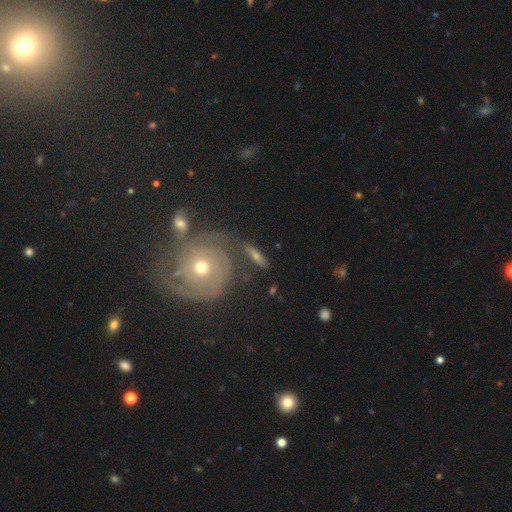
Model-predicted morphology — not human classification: smooth_or_featured: featured or disk (p=0.64) [alt: star or artifact p=0.19]
disk_edge_on: no (p=0.92) [alt: yes p=0.08]
bar: no (p=0.76) [alt: weak p=0.17]
has_spiral_arms: yes (p=0.87) [alt: no p=0.13]
spiral_winding: tight (p=0.66) [alt: medium p=0.25]
spiral_arm_count: 2 (p=0.45) [alt: can't tell p=0.24]
bulge_size: moderate (p=0.56) [alt: small p=0.38]
merging: none (p=0.65) [alt: minor disturbance p=0.17]